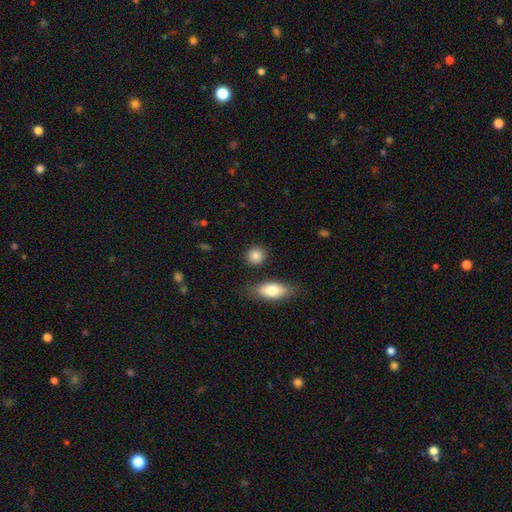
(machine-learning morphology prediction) Smooth or featured? Predicted: smooth (p=0.86). How rounded? Predicted: round (p=0.76). Merging? Predicted: none (p=0.84).